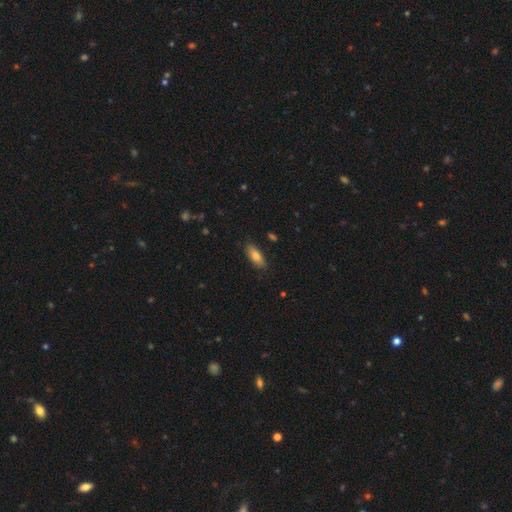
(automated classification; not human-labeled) This is likely a smooth galaxy (77%). How rounded: likely in between (73%). Merging: clearly none (84%).